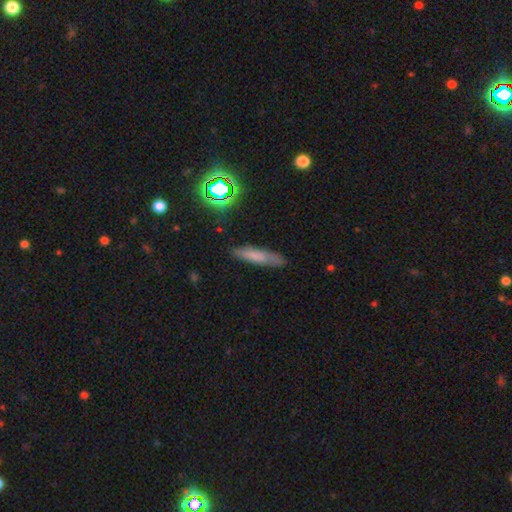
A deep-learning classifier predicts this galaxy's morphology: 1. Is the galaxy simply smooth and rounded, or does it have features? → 68% smooth, 21% featured or disk, 12% star or artifact.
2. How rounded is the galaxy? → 81% cigar-shaped, 16% in between, 2% round.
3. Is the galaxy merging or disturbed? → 80% none, 15% minor disturbance, 3% major disturbance, 2% merger.